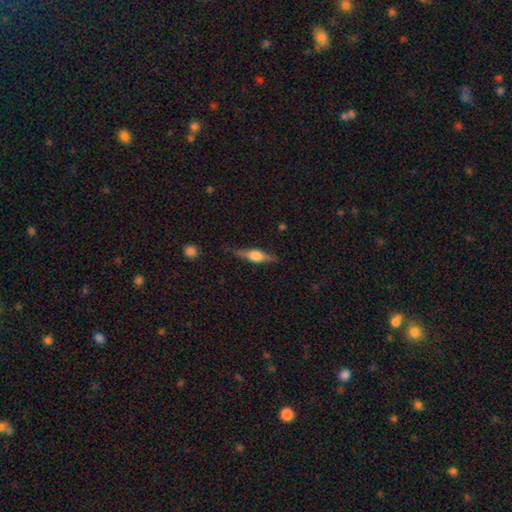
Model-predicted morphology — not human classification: The model was most divided on "smooth or featured": featured or disk: 63%, smooth: 31%, star or artifact: 6%. More confident: edge-on disk — yes (96%); edge-on bulge — rounded (88%); merging — none (81%).